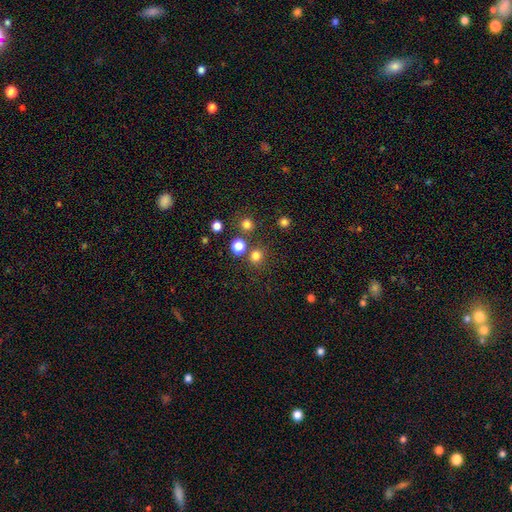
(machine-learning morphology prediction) The model was most divided on "smooth or featured": smooth: 77%, star or artifact: 19%, featured or disk: 5%. More confident: how rounded — round (87%); merging — none (78%).